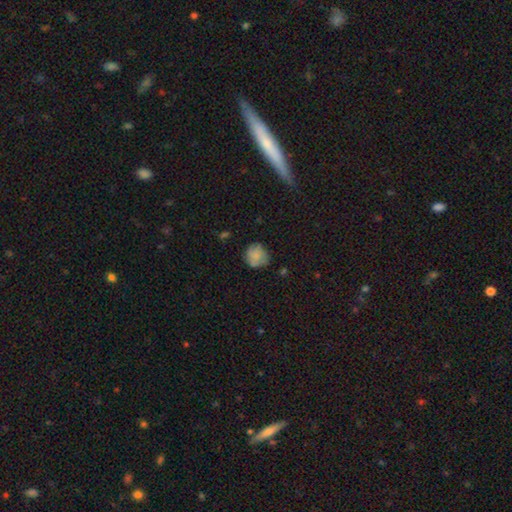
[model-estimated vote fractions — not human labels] A smooth galaxy with no disk features (75%) that is round (84%).

Vote fractions:
- Smooth or featured? smooth: 75% / featured or disk: 17% / star or artifact: 8%
- How rounded? round: 84% / in between: 15% / cigar-shaped: 1%
- Merging? none: 69% / minor disturbance: 23% / major disturbance: 6% / merger: 2%